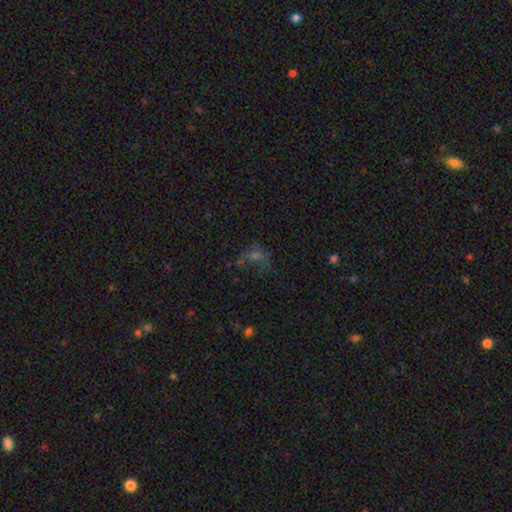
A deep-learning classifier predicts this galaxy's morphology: Overall: star or artifact (38%; smooth 34%).